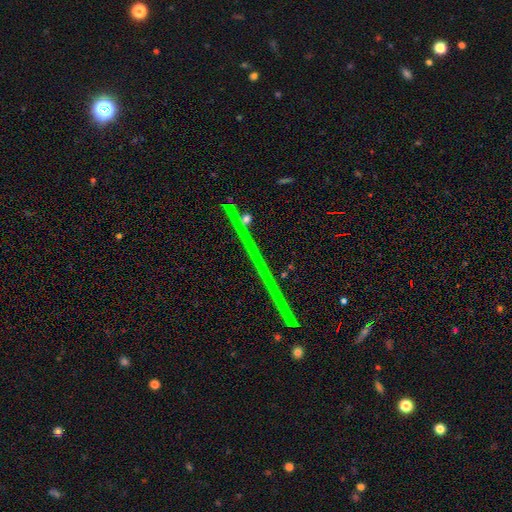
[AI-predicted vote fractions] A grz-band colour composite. It shows a star or artifact, not a galaxy (54%).